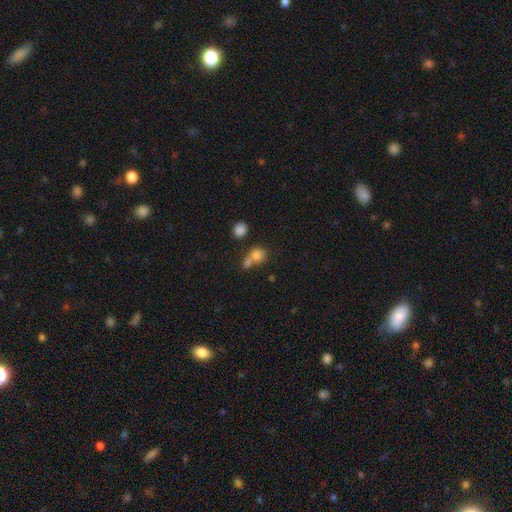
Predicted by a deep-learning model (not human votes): Smooth or featured: smooth — 79% (star or artifact — 12%)
How rounded: round — 72% (in between — 26%)
Merging: merger — 53% (none — 34%)